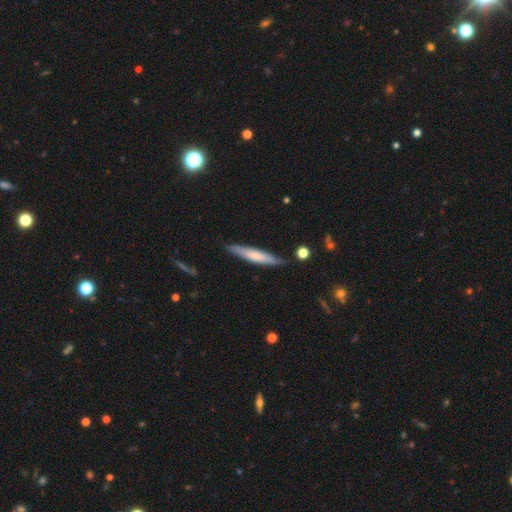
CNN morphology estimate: A smooth galaxy with no disk features (56%) that is cigar-shaped (89%). Merging: none (83%).